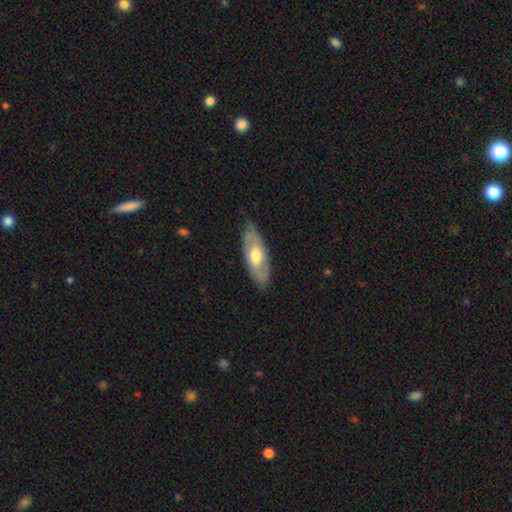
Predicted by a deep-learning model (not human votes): Overall: featured or disk (50%; smooth 45%). Edge-on disk: no (77%). Merging: none (78%).